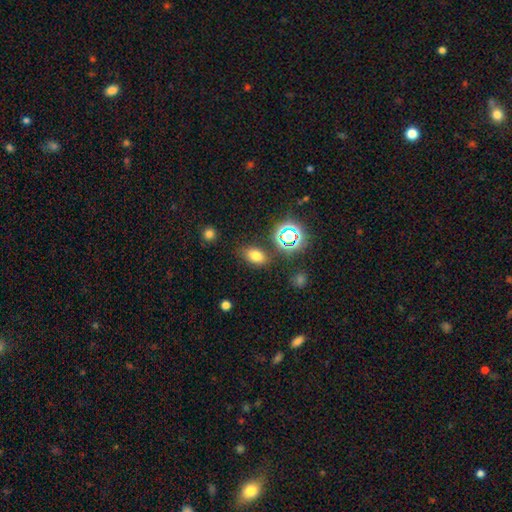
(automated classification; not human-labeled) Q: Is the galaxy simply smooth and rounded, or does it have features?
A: smooth — 71%.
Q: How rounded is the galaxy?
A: in between — 82%.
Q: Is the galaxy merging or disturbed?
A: none — 80%.